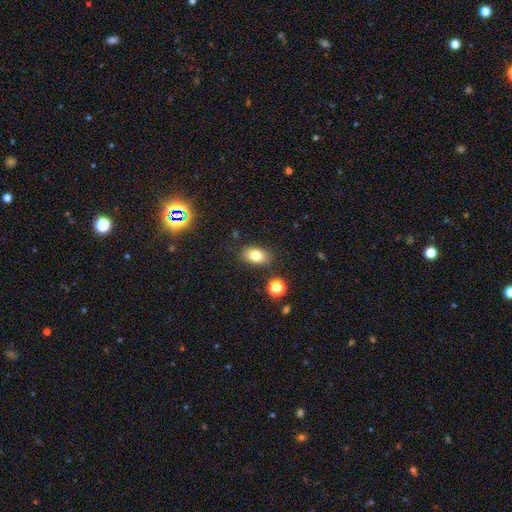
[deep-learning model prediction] Q: Smooth or featured?
A: smooth (81%); runner-up: star or artifact (10%)
Q: How rounded?
A: in between (85%); runner-up: round (13%)
Q: Merging?
A: none (83%); runner-up: minor disturbance (11%)